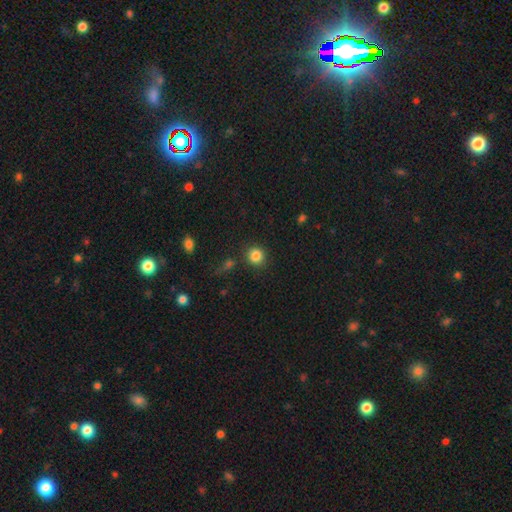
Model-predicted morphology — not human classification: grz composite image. It shows a smooth galaxy with no disk features (84%) that is round (90%). Merging: none (85%).